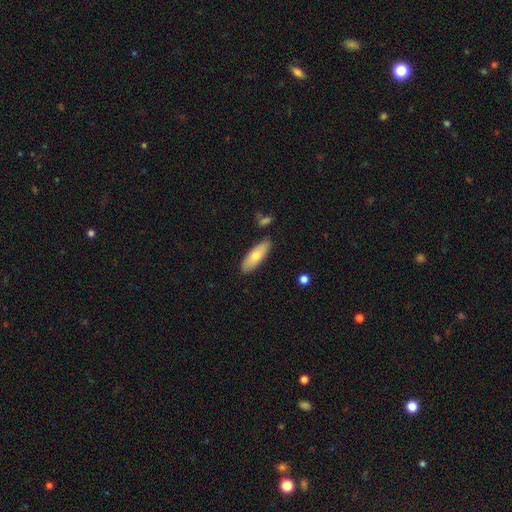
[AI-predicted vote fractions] A smooth galaxy with no disk features (68%) that is in between round and cigar-shaped (60%). Merging: none (86%).